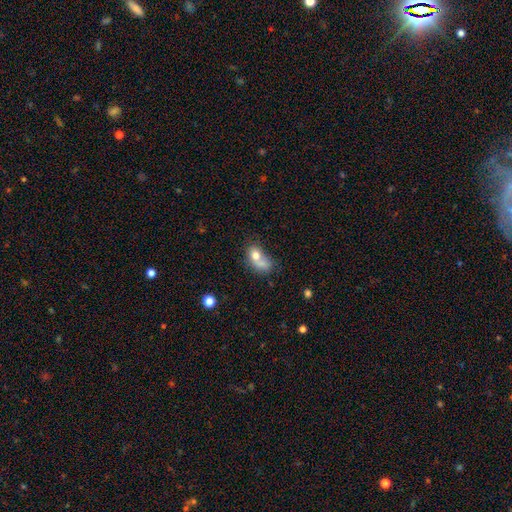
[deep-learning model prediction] Overall: smooth (71%). How rounded: in between (72%). Merging: merger (48%; none 23%).